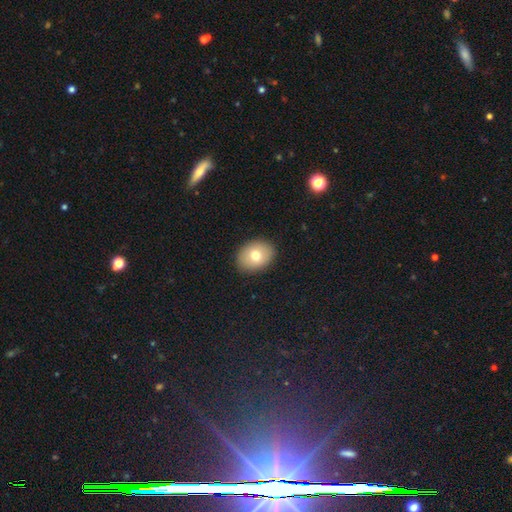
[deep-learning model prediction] Smooth or featured: smooth — 74% (featured or disk — 17%)
How rounded: in between — 62% (round — 37%)
Merging: none — 89% (minor disturbance — 8%)